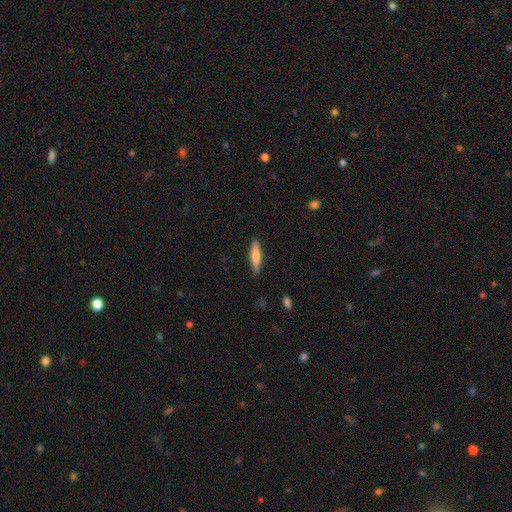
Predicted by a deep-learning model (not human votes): This appears to be a smooth galaxy with no disk features (66%) that is cigar-shaped (81%). Merging: none (84%).